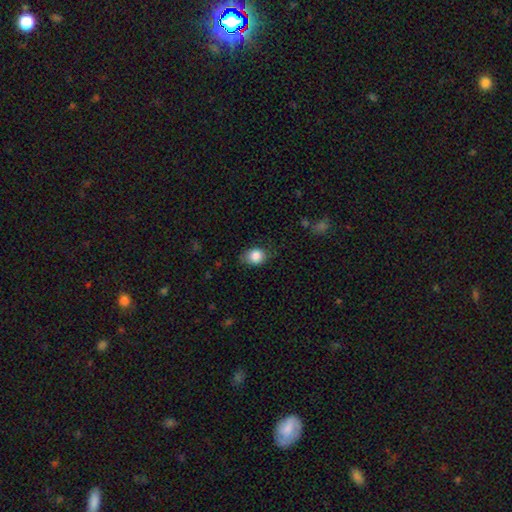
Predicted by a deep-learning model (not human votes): smooth 86%, star or artifact 8%, featured or disk 6%. Down the decision tree: how rounded — in between (52%); merging — none (70%).